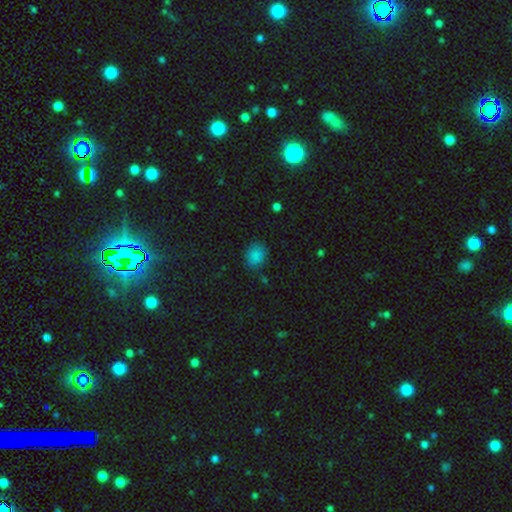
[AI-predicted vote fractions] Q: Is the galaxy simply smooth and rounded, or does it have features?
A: smooth — 83%.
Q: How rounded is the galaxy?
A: round — 56%.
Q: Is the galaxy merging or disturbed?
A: none — 79%.